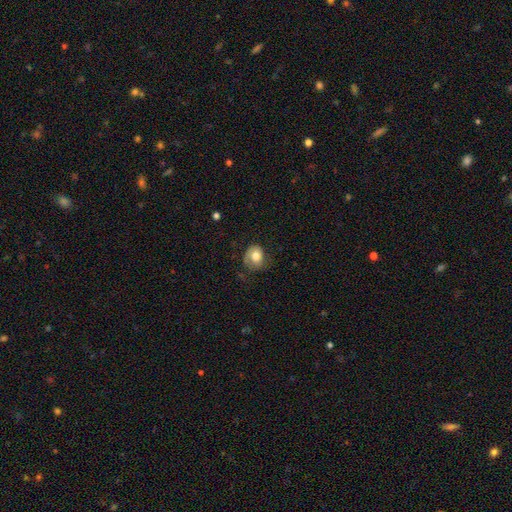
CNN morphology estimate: smooth-or-featured: smooth: 72% | featured or disk: 20% | star or artifact: 8%
  how-rounded: round: 56% | in between: 43% | cigar-shaped: 1%
  merging: none: 51% | minor disturbance: 30% | major disturbance: 17% | merger: 2%